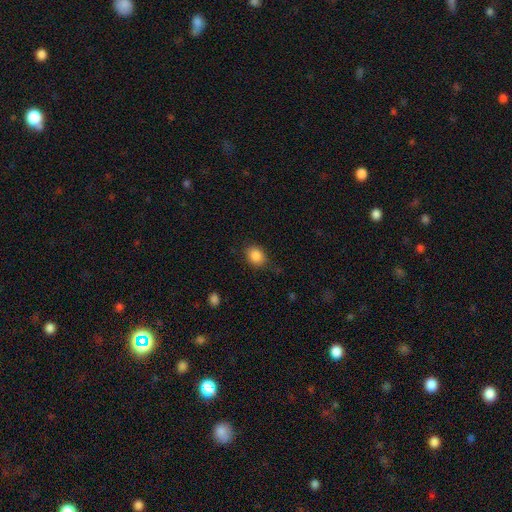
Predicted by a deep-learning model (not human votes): Overall: smooth (87%). How rounded: in between (55%; round 44%). Merging: none (78%).